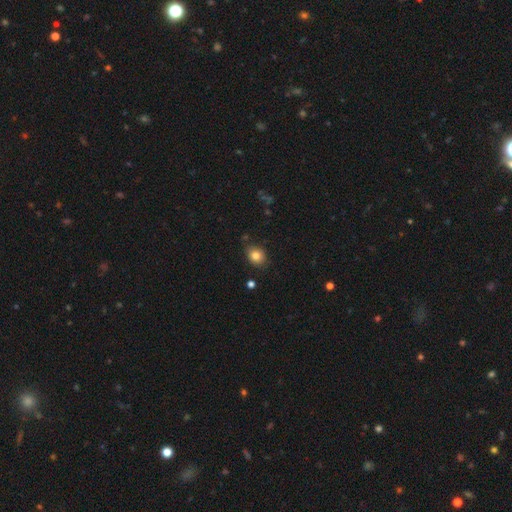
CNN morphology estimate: This appears to be a smooth galaxy with no disk features (83%) that is round (52%). Merging: none (81%).